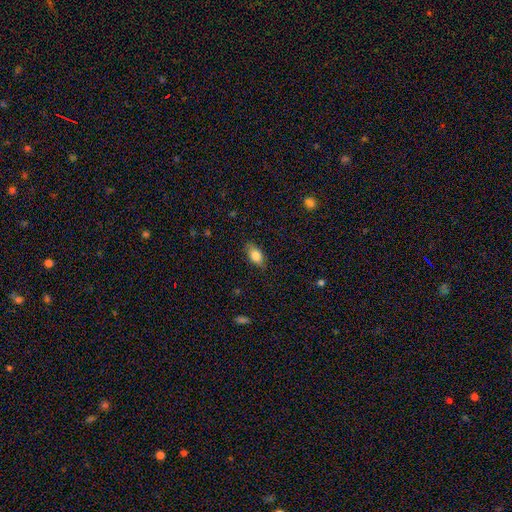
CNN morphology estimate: Smooth or featured?
  - smooth: 82% *
  - featured or disk: 11%
  - star or artifact: 7%
How rounded?
  - in between: 88% *
  - round: 7%
  - cigar-shaped: 5%
Merging?
  - none: 80% *
  - minor disturbance: 15%
  - major disturbance: 3%
  - merger: 1%